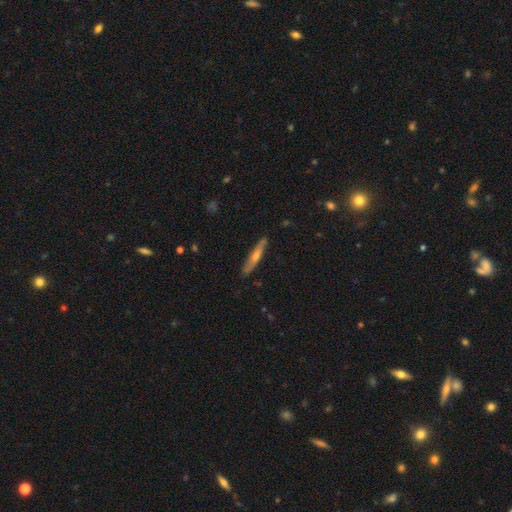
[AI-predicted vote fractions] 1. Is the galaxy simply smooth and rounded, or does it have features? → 52% featured or disk, 41% smooth, 6% star or artifact.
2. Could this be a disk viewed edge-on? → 91% yes, 9% no.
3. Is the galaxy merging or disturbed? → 86% none, 11% minor disturbance, 2% major disturbance, 1% merger.